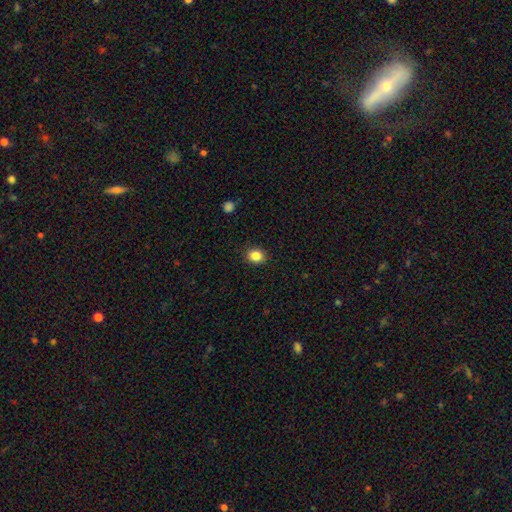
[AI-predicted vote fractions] smooth_or_featured: smooth (p=0.85) [alt: star or artifact p=0.10]
how_rounded: round (p=0.61) [alt: in between p=0.38]
merging: none (p=0.90) [alt: minor disturbance p=0.07]